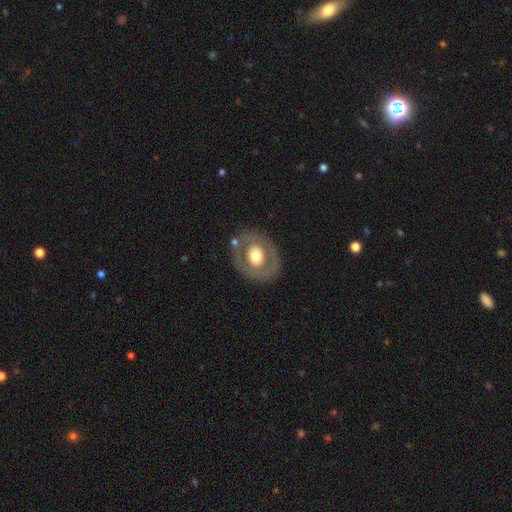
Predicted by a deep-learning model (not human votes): Smooth or featured: featured or disk — 50% (smooth — 44%)
Edge-on disk: no — 94% (yes — 6%)
Merging: none — 76% (minor disturbance — 13%)